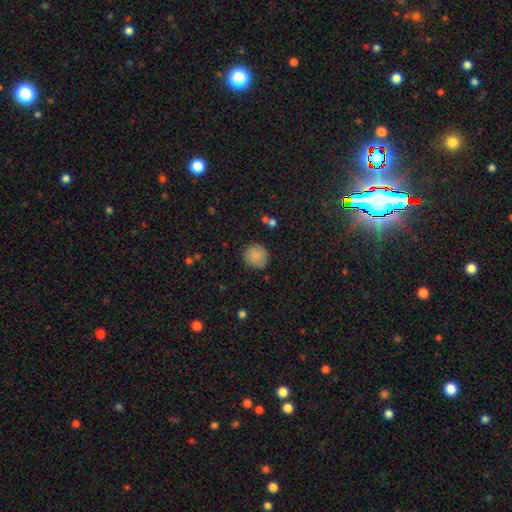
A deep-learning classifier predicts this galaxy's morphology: type=smooth (85%); roundness=round (89%); merging=none (83%).